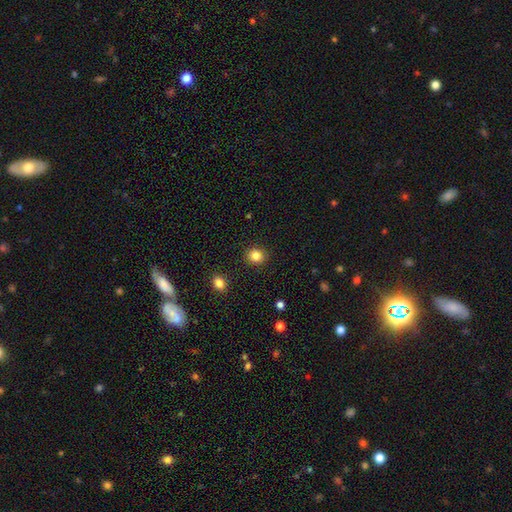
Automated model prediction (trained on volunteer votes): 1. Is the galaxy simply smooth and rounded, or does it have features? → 84% smooth, 11% star or artifact, 5% featured or disk.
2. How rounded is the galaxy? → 81% round, 18% in between, 1% cigar-shaped.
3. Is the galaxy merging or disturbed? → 90% none, 6% minor disturbance, 2% major disturbance, 1% merger.